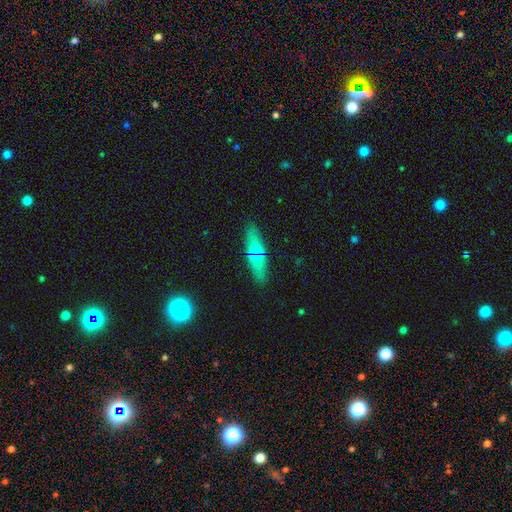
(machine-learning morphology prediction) This is likely a smooth galaxy (65%). How rounded: possibly in between (52%). Merging: clearly none (89%).